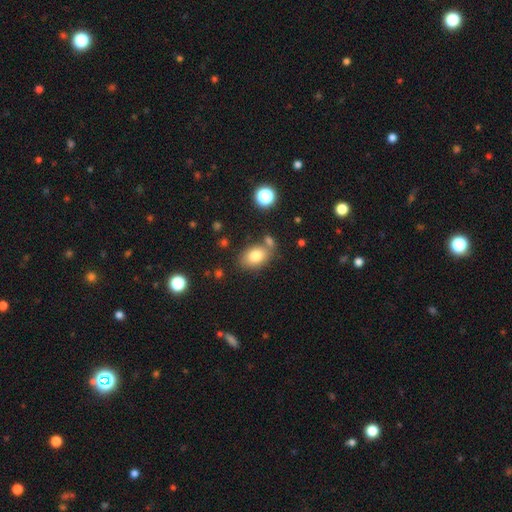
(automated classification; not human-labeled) smooth_or_featured: smooth (p=0.79) [alt: featured or disk p=0.11]
how_rounded: in between (p=0.79) [alt: round p=0.20]
merging: none (p=0.67) [alt: merger p=0.14]